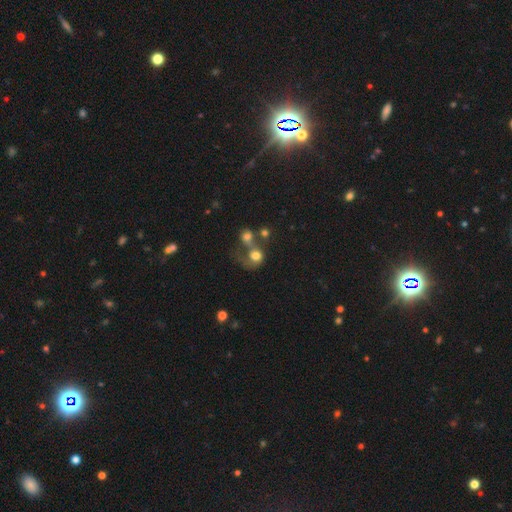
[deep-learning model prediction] smooth_or_featured: smooth (p=0.64) [alt: featured or disk p=0.24]
how_rounded: round (p=0.69) [alt: in between p=0.30]
merging: merger (p=0.54) [alt: major disturbance p=0.21]